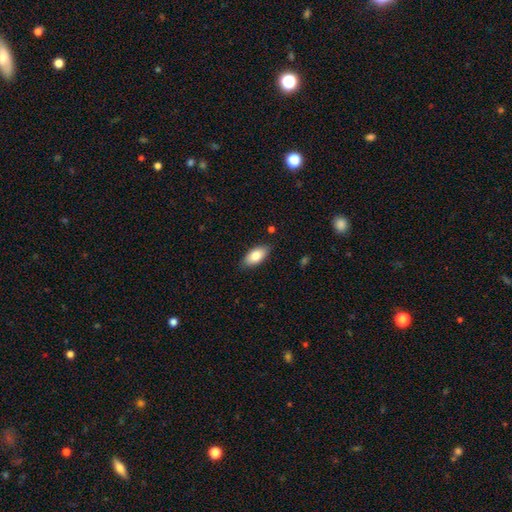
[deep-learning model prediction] Smooth or featured? smooth (82%)
How rounded? in between (92%)
Merging? none (85%)